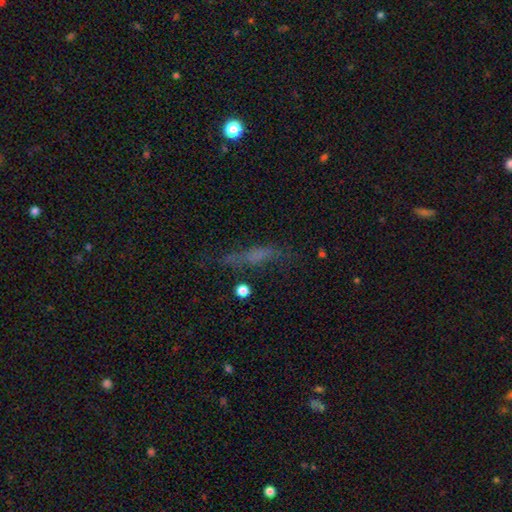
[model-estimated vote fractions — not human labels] Overall: smooth (40%; featured or disk 39%). Merging: none (60%; minor disturbance 21%).